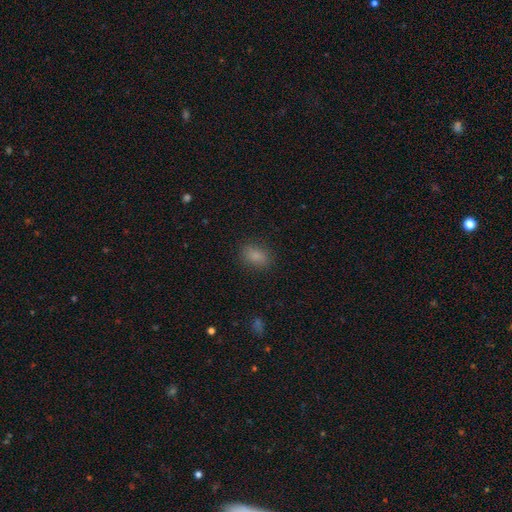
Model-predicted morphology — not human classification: A smooth galaxy with no disk features (83%) that is in between round and cigar-shaped (83%).

Vote fractions:
- Smooth or featured? smooth: 83% / star or artifact: 11% / featured or disk: 6%
- How rounded? in between: 83% / round: 15% / cigar-shaped: 2%
- Merging? none: 85% / minor disturbance: 11% / major disturbance: 3% / merger: 1%